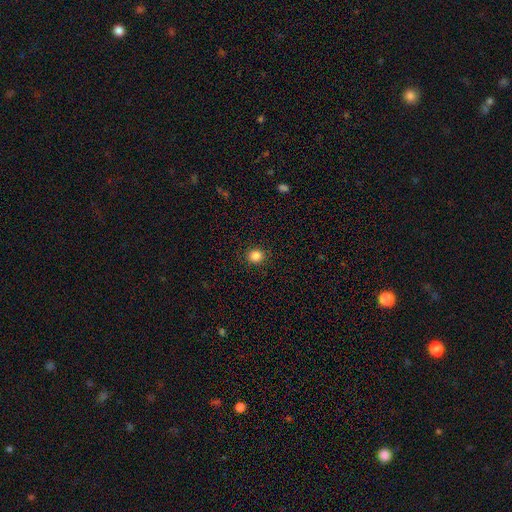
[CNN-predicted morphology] A smooth galaxy with no disk features (85%) that is round (87%).

Vote fractions:
- Smooth or featured? smooth: 85% / star or artifact: 11% / featured or disk: 4%
- How rounded? round: 87% / in between: 12% / cigar-shaped: 1%
- Merging? none: 91% / minor disturbance: 6% / major disturbance: 2% / merger: 1%